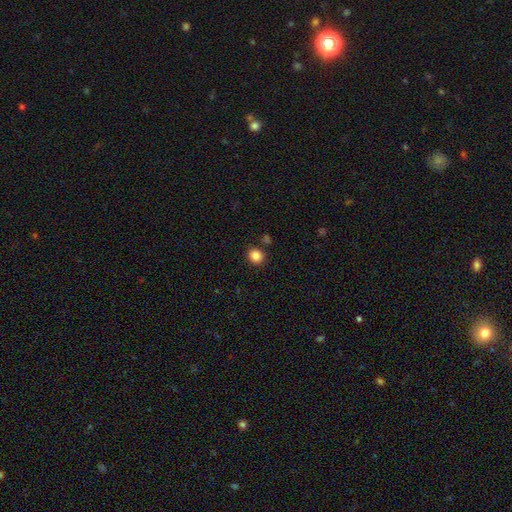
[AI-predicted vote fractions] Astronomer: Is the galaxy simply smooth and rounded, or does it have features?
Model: smooth — 86%.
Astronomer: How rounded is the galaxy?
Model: round — 81%.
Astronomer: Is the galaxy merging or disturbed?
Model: none — 87%.